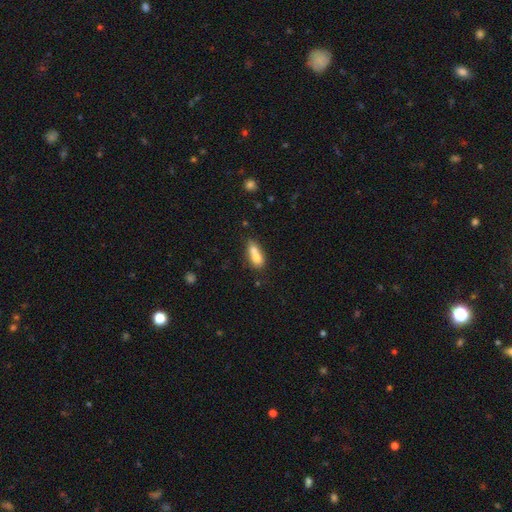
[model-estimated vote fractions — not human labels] A smooth galaxy with no disk features (70%) that is in between round and cigar-shaped (72%). Merging: merger (58%).